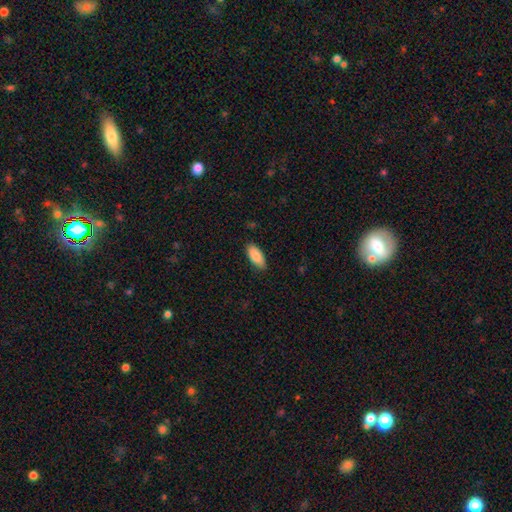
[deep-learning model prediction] This appears to be a smooth galaxy with no disk features (88%) that is in between round and cigar-shaped (85%). Merging: none (87%).